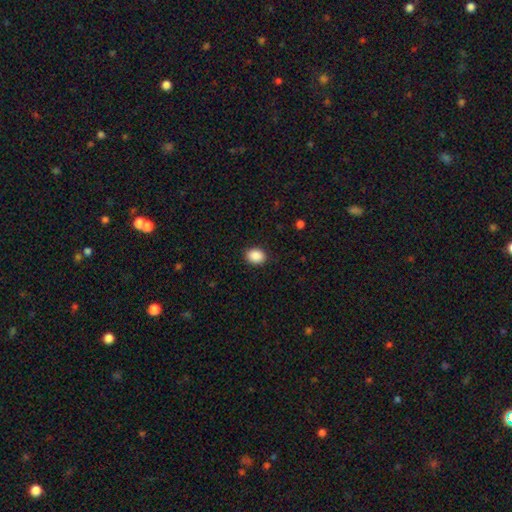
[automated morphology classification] This is clearly a smooth galaxy (89%). How rounded: possibly in between (51%). Merging: clearly none (89%).